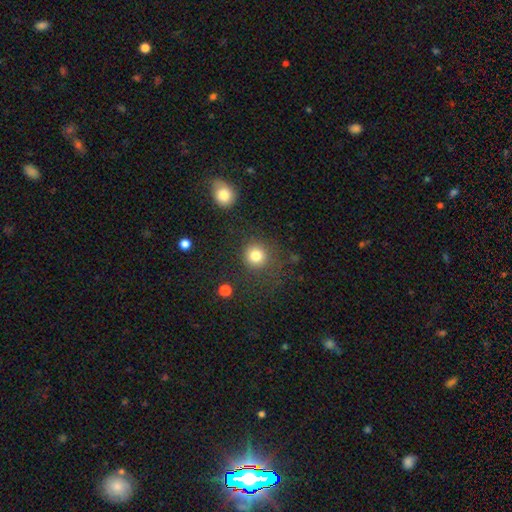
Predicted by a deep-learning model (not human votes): Smooth or featured? smooth (82%)
How rounded? round (91%)
Merging? none (80%)